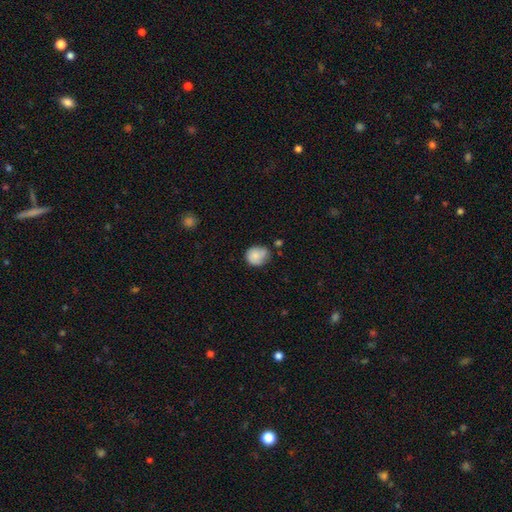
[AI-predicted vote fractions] A smooth galaxy with no disk features (80%) that is round (70%). Merging: none (49%).